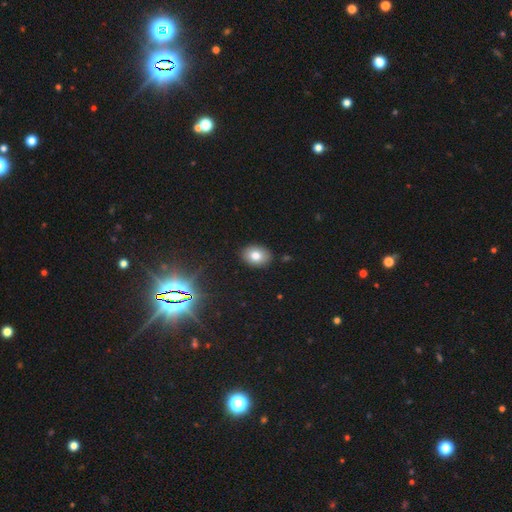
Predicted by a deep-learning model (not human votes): Smooth or featured: smooth — 80% (star or artifact — 11%)
How rounded: in between — 75% (round — 24%)
Merging: none — 89% (minor disturbance — 8%)